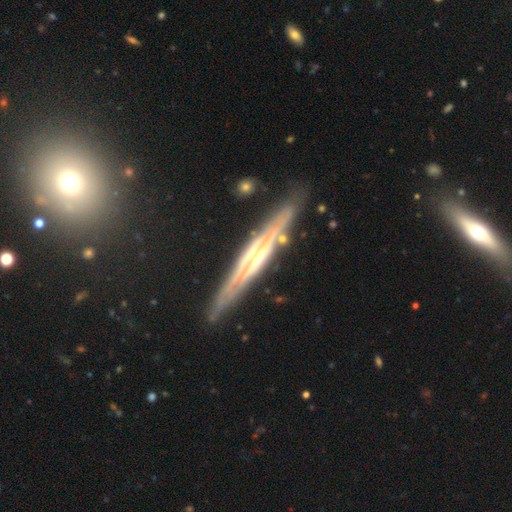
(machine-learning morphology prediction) Smooth or featured? Predicted: featured or disk (p=0.82). Edge-on disk? Predicted: yes (p=0.92). Edge-on bulge? Predicted: rounded (p=0.49). Merging? Predicted: none (p=0.84).